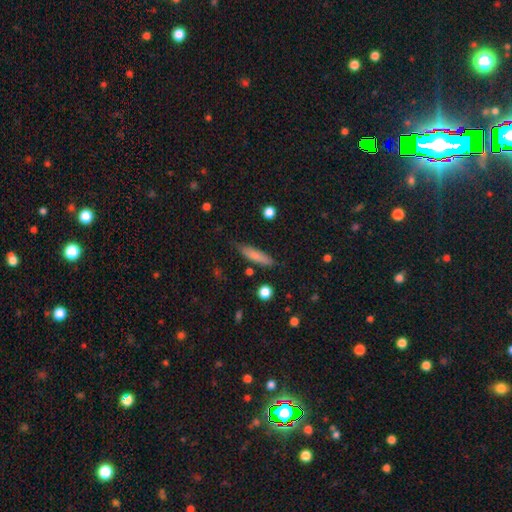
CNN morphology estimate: This is likely a smooth galaxy (76%). How rounded: likely cigar-shaped (74%). Merging: likely none (79%).